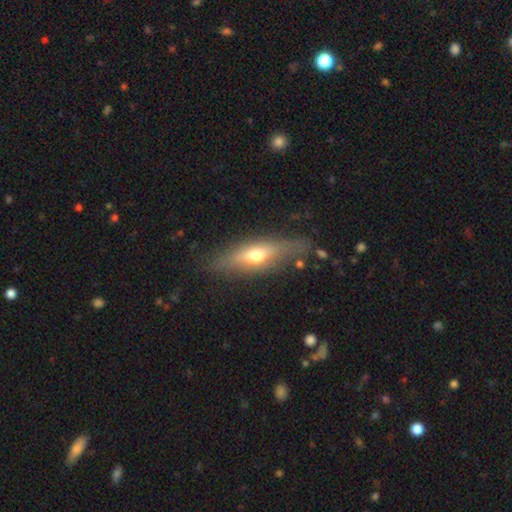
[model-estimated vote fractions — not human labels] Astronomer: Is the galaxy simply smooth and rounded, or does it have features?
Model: smooth — 48% (runner-up: featured or disk, 44%).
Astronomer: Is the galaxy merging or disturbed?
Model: none — 74%.